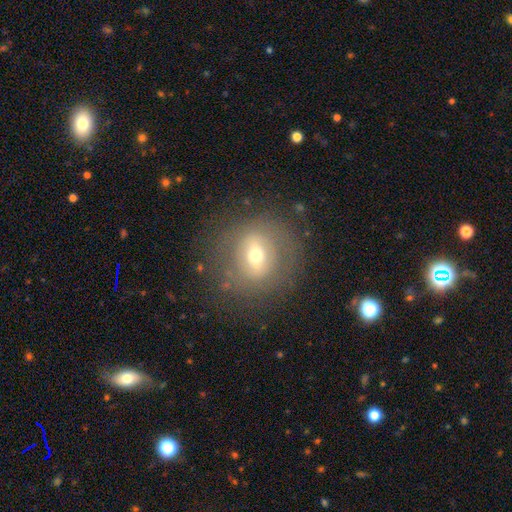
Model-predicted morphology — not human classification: Overall: featured or disk (49%; smooth 39%). Merging: none (80%).